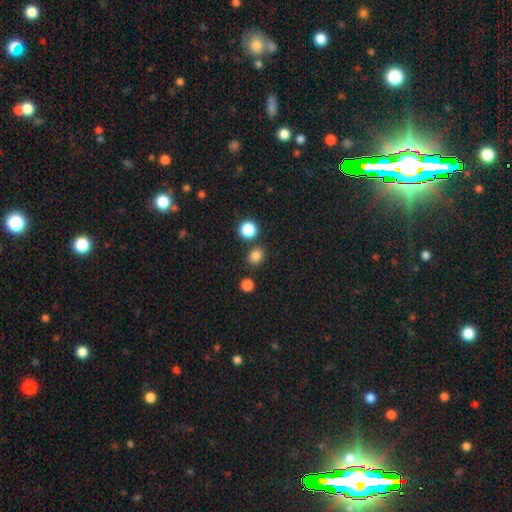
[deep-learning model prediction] Smooth or featured: smooth — 83% (star or artifact — 14%)
How rounded: round — 78% (in between — 21%)
Merging: none — 83% (minor disturbance — 8%)